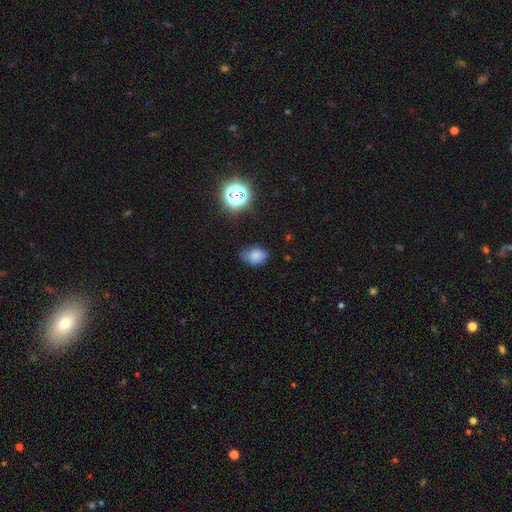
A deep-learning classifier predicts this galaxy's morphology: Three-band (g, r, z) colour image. It shows a smooth galaxy with no disk features (76%) that is in between round and cigar-shaped (76%). Merging: none (63%).